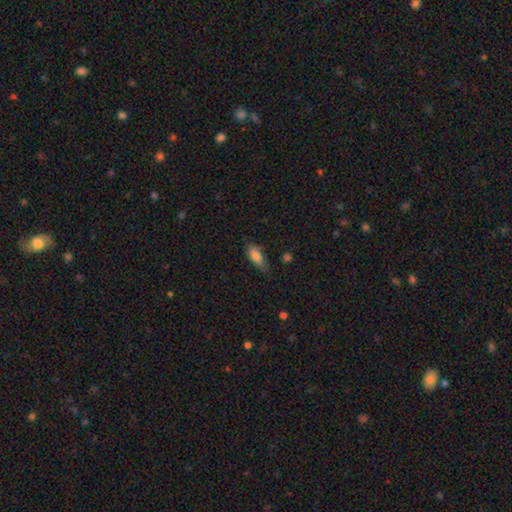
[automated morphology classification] smooth-or-featured: smooth: 82% | featured or disk: 10% | star or artifact: 8%
  how-rounded: in between: 78% | cigar-shaped: 19% | round: 3%
  merging: none: 63% | minor disturbance: 28% | major disturbance: 6% | merger: 2%